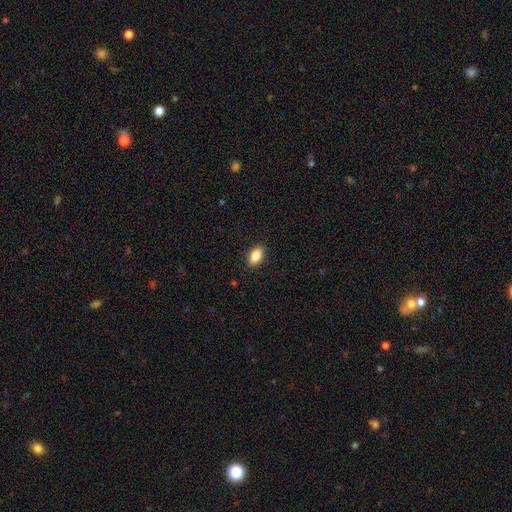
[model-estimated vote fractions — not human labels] Smooth or featured? smooth (87%)
How rounded? in between (91%)
Merging? none (89%)